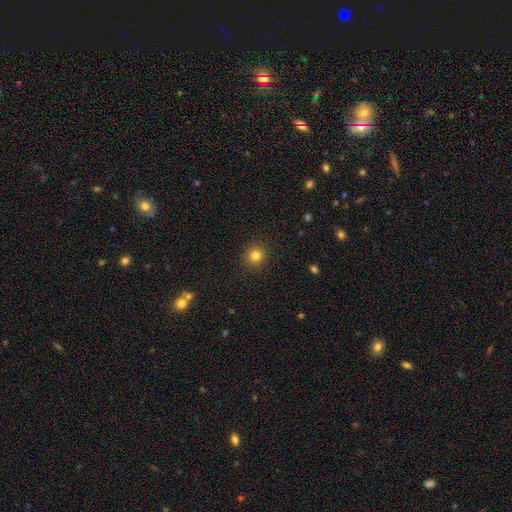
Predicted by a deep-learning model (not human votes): A smooth galaxy with no disk features (81%) that is round (89%).

Vote fractions:
- Smooth or featured? smooth: 81% / star or artifact: 12% / featured or disk: 6%
- How rounded? round: 89% / in between: 10% / cigar-shaped: 1%
- Merging? none: 91% / minor disturbance: 6% / major disturbance: 2% / merger: 1%